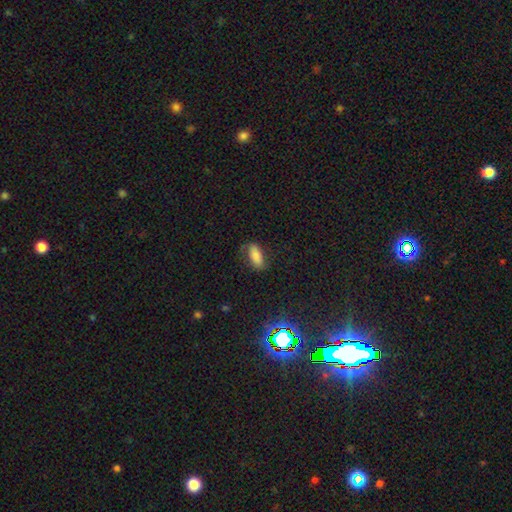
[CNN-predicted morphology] Smooth or featured? smooth (67%)
How rounded? in between (84%)
Merging? none (70%)